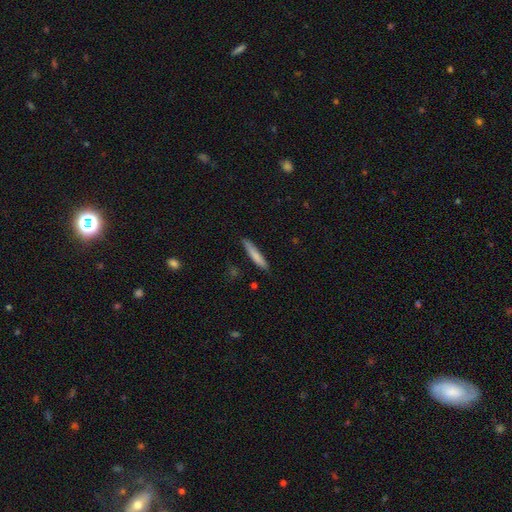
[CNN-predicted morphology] smooth 79%, featured or disk 16%, star or artifact 6%. Down the decision tree: how rounded — cigar-shaped (92%); merging — none (85%).